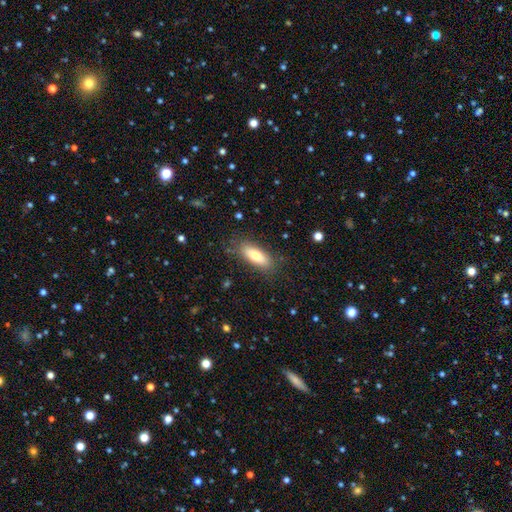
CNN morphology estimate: Overall: smooth (73%). How rounded: in between (71%). Merging: none (82%).